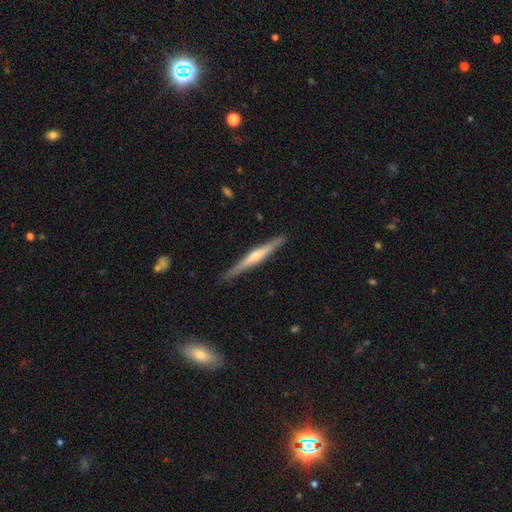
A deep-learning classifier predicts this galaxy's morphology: Overall: featured or disk (68%). Edge-on disk: yes (97%). Edge-on bulge: rounded (72%). Merging: none (89%).